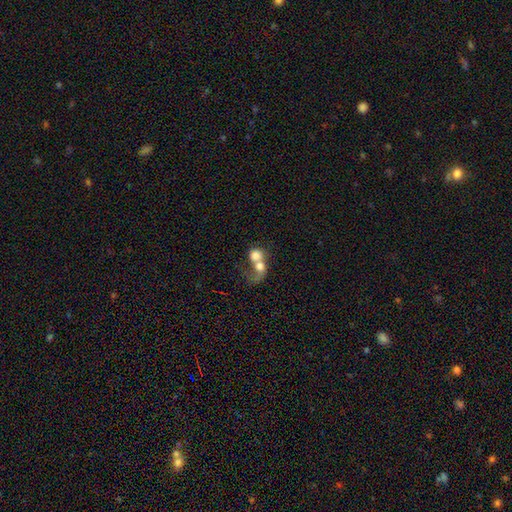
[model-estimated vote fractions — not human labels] Smooth or featured: smooth — 60% (featured or disk — 31%)
How rounded: round — 67% (in between — 31%)
Merging: merger — 76% (major disturbance — 10%)